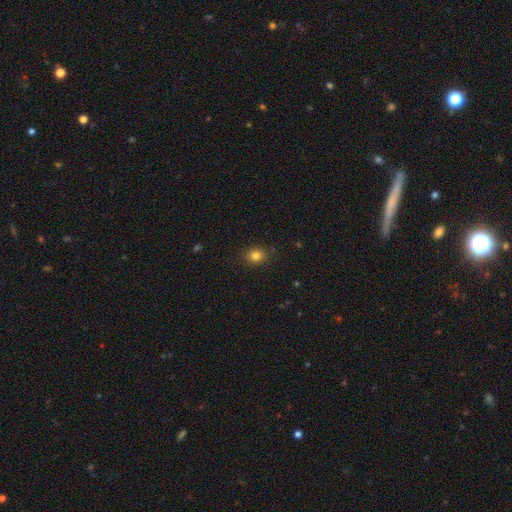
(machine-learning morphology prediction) Overall: smooth (82%). How rounded: round (69%; in between 30%). Merging: none (87%).